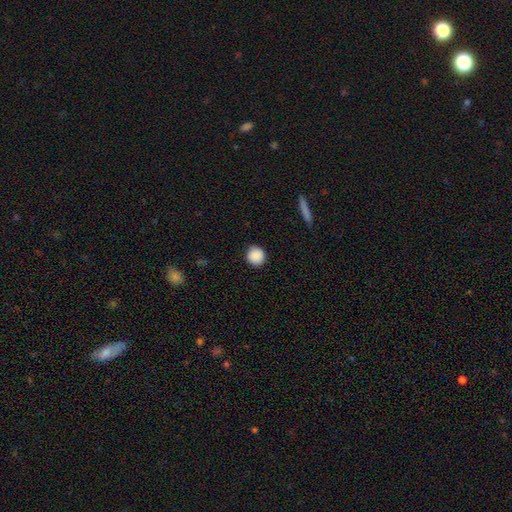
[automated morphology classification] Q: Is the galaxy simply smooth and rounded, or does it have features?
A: smooth — 89%.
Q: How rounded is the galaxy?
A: round — 94%.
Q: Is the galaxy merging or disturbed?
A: none — 91%.